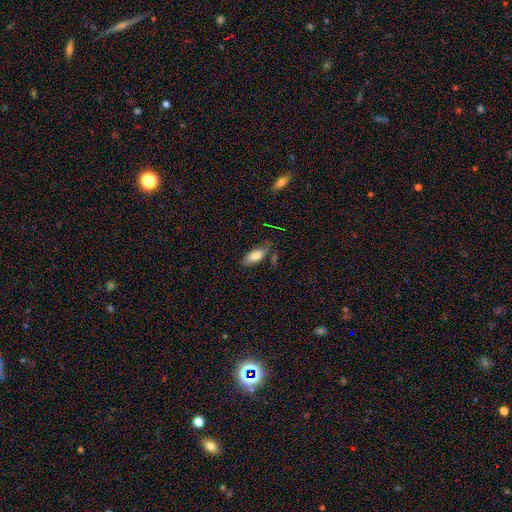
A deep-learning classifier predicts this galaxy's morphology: smooth-or-featured: smooth: 80% | featured or disk: 12% | star or artifact: 8%
  how-rounded: in between: 81% | cigar-shaped: 16% | round: 3%
  merging: none: 63% | minor disturbance: 24% | major disturbance: 8% | merger: 6%